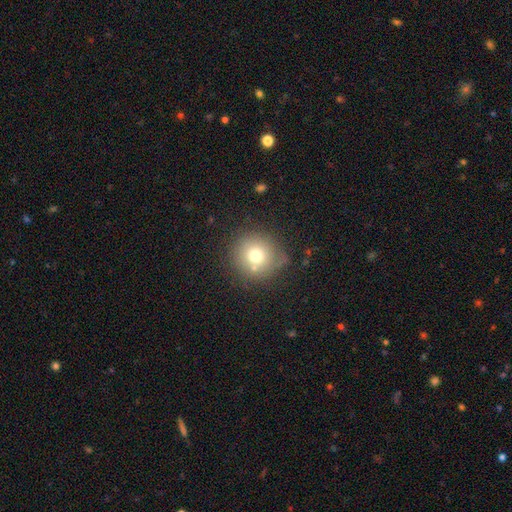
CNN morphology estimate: Q: Smooth or featured?
A: smooth (72%); runner-up: featured or disk (15%)
Q: How rounded?
A: round (93%); runner-up: in between (6%)
Q: Merging?
A: none (74%); runner-up: minor disturbance (13%)